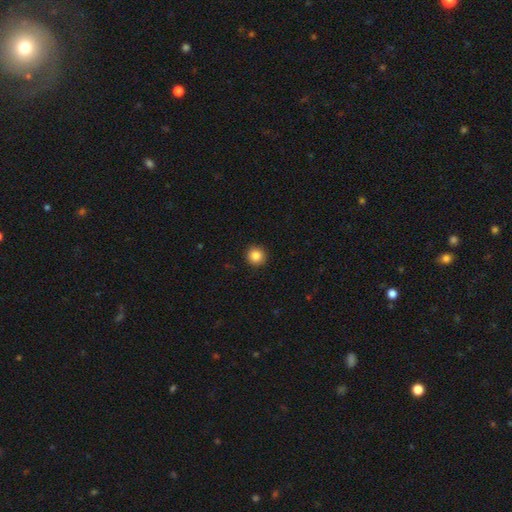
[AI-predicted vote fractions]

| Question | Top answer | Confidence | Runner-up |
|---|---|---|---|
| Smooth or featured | smooth | 85% | star or artifact (10%) |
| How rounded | round | 95% | in between (4%) |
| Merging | none | 93% | minor disturbance (5%) |